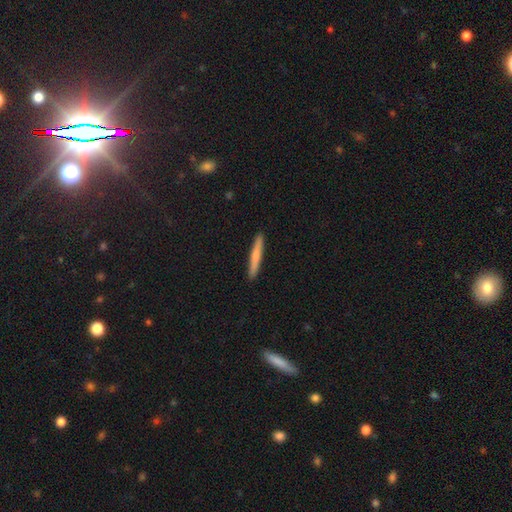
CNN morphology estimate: Q: Smooth or featured?
A: smooth (68%); runner-up: featured or disk (27%)
Q: How rounded?
A: cigar-shaped (96%); runner-up: in between (3%)
Q: Merging?
A: none (92%); runner-up: minor disturbance (5%)